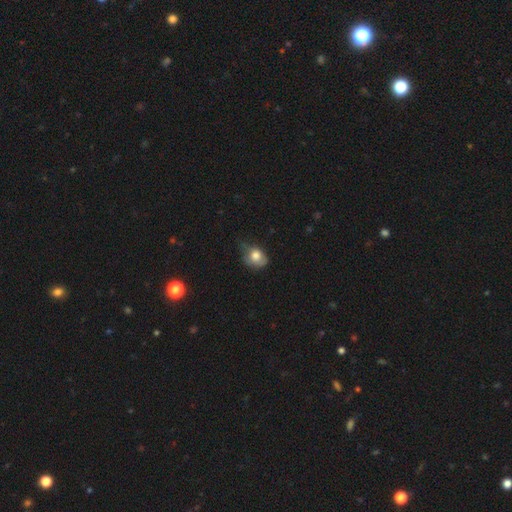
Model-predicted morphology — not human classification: Overall: smooth (71%). How rounded: in between (56%; round 43%). Merging: minor disturbance (42%; none 34%).